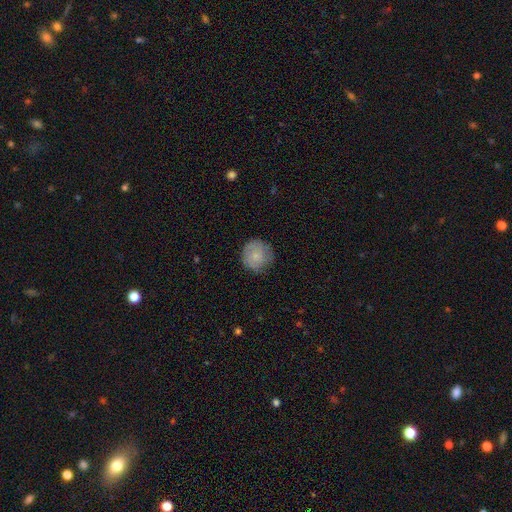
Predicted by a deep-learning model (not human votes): A smooth galaxy with no disk features (78%) that is round (92%).

Vote fractions:
- Smooth or featured? smooth: 78% / featured or disk: 15% / star or artifact: 7%
- How rounded? round: 92% / in between: 7% / cigar-shaped: 1%
- Merging? none: 79% / minor disturbance: 16% / major disturbance: 4% / merger: 1%